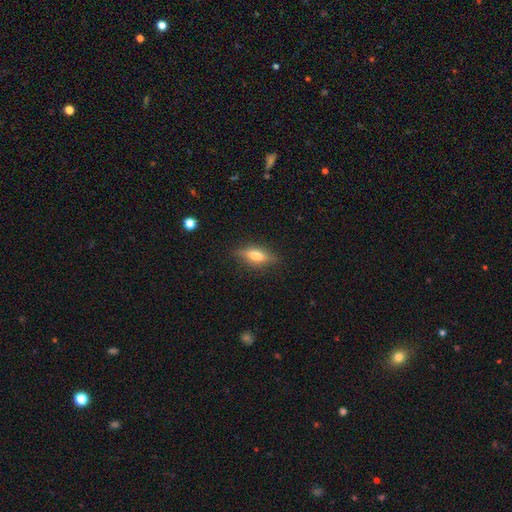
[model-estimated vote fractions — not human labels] This is possibly a smooth galaxy (53%). How rounded: possibly in between (51%). Merging: clearly none (82%).